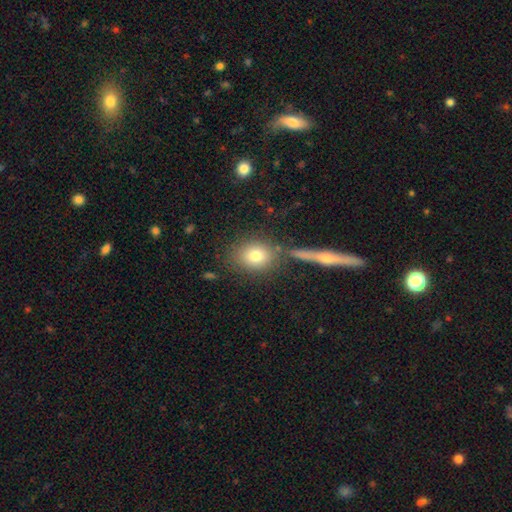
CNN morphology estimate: Smooth or featured: smooth — 77% (featured or disk — 12%)
How rounded: round — 60% (in between — 38%)
Merging: none — 75% (minor disturbance — 11%)